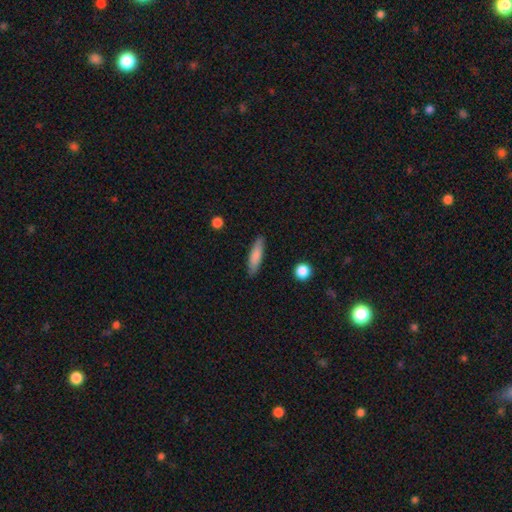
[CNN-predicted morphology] Smooth or featured? Predicted: smooth (p=0.80). How rounded? Predicted: cigar-shaped (p=0.70). Merging? Predicted: none (p=0.87).